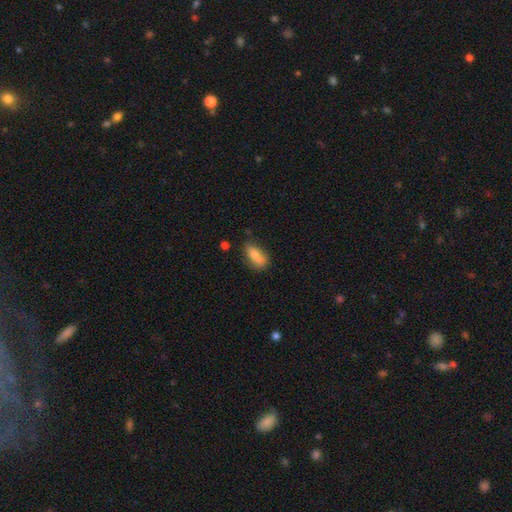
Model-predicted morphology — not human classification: type=smooth (80%); roundness=in between (82%); merging=none (62%).